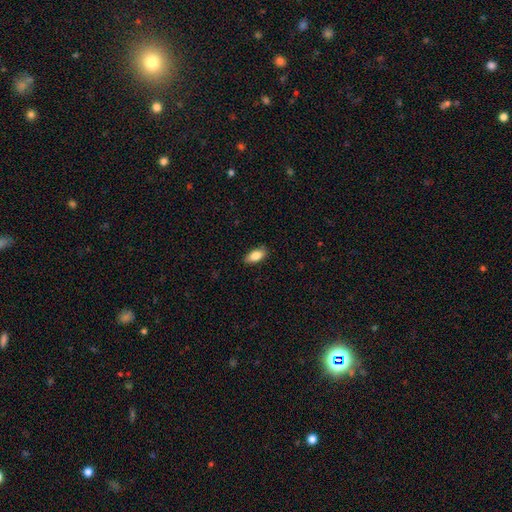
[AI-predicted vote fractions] Morphology: type=smooth (84%); roundness=in between (89%); merging=none (88%).